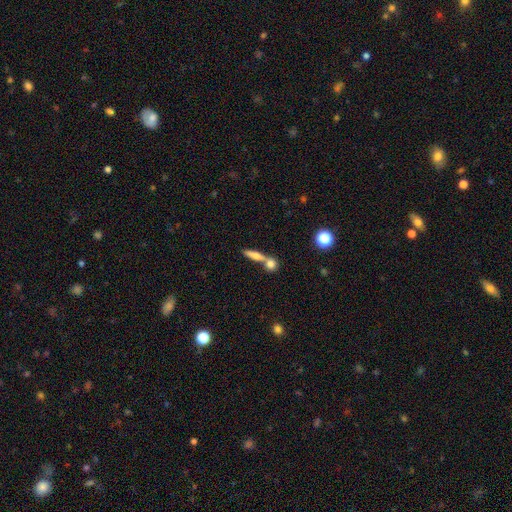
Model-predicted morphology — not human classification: Q: Smooth or featured?
A: smooth (65%); runner-up: featured or disk (25%)
Q: How rounded?
A: cigar-shaped (62%); runner-up: in between (26%)
Q: Merging?
A: none (47%); runner-up: merger (42%)